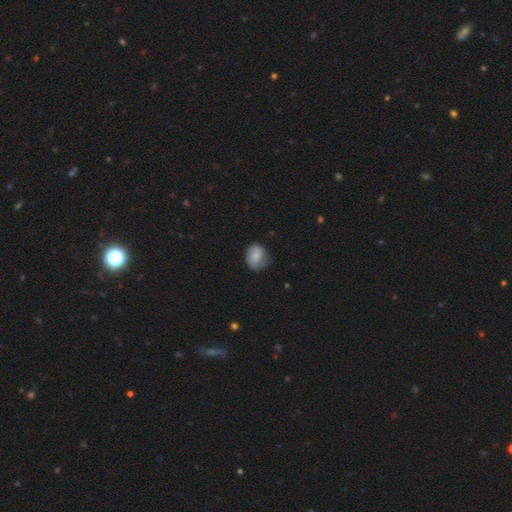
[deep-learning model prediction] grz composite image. It shows a smooth galaxy with no disk features (77%) that is round (50%). Merging: none (64%).